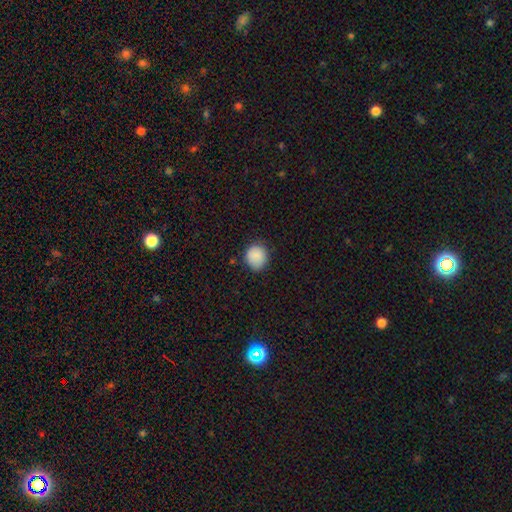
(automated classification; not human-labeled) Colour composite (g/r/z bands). It shows a smooth galaxy with no disk features (88%) that is round (83%). Merging: none (81%).